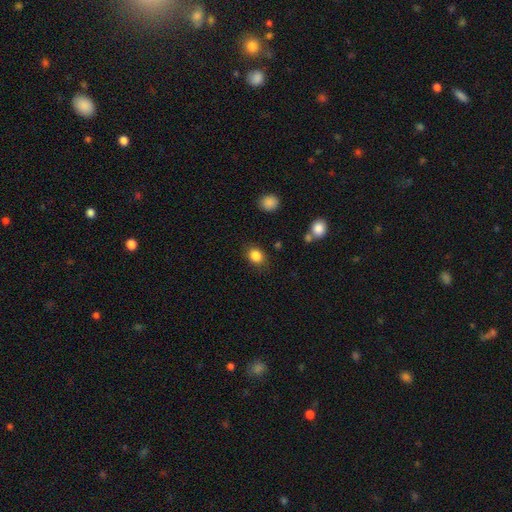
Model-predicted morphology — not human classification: The model was most divided on "how rounded": in between: 50%, round: 49%, cigar-shaped: 1%. More confident: smooth or featured — smooth (85%); merging — none (82%).